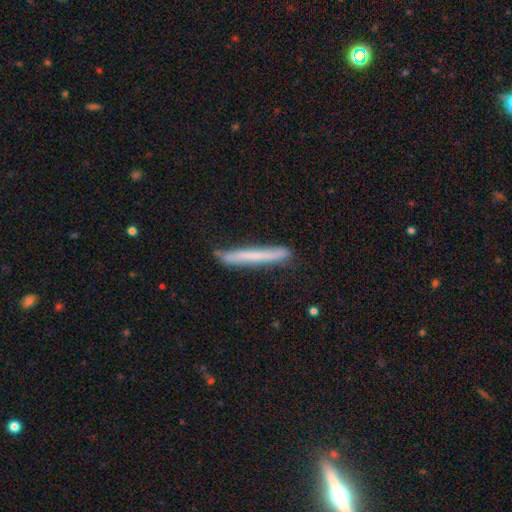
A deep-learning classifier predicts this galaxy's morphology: Smooth or featured? Predicted: smooth (p=0.55). How rounded? Predicted: cigar-shaped (p=0.97). Merging? Predicted: none (p=0.80).